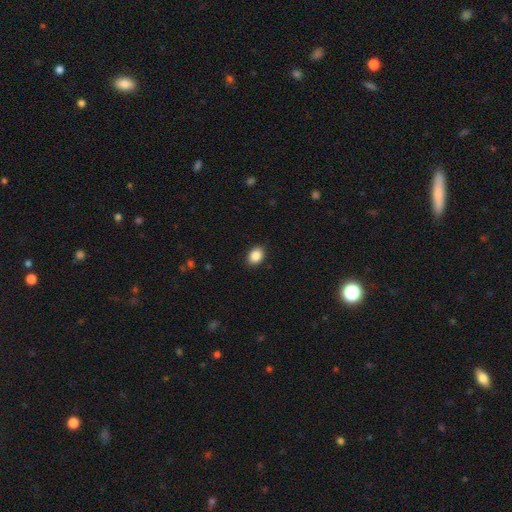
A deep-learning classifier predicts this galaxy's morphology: A smooth galaxy with no disk features (88%) that is in between round and cigar-shaped (68%). Merging: none (89%).